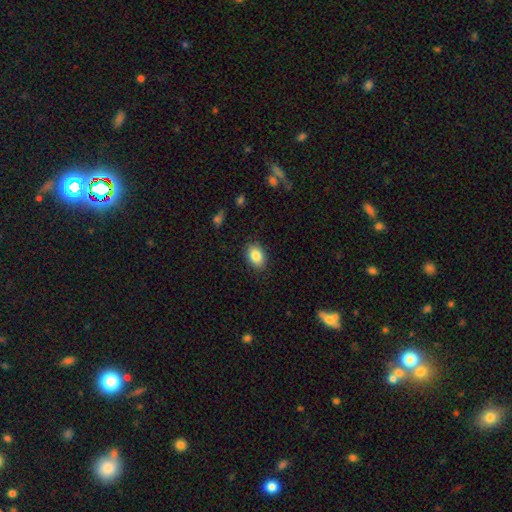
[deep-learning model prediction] smooth_or_featured: smooth (p=0.85) [alt: star or artifact p=0.08]
how_rounded: in between (p=0.82) [alt: round p=0.17]
merging: none (p=0.87) [alt: minor disturbance p=0.10]